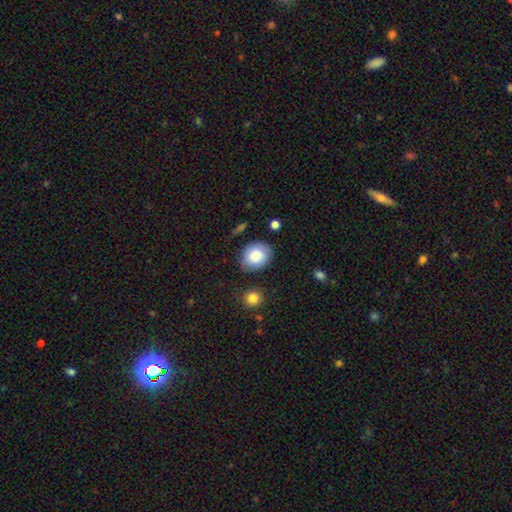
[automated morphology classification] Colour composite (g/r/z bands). It shows a smooth galaxy with no disk features (84%) that is round (53%). Merging: none (76%).